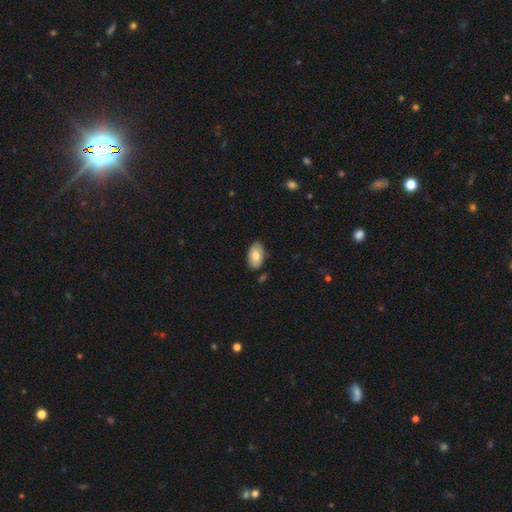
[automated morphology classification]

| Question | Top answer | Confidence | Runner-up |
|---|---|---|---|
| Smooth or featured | smooth | 77% | featured or disk (17%) |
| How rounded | in between | 94% | round (5%) |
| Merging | none | 82% | minor disturbance (14%) |